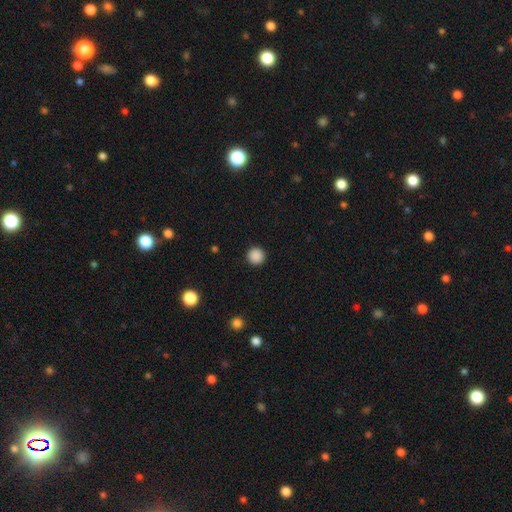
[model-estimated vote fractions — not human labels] Smooth or featured? smooth (88%)
How rounded? round (96%)
Merging? none (93%)